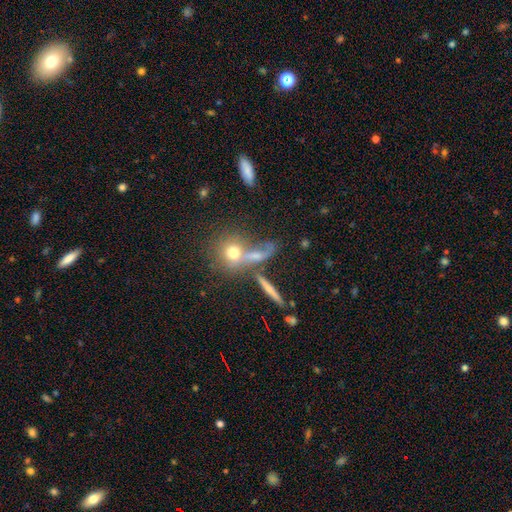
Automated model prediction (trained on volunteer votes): Smooth or featured? smooth (55%)
How rounded? round (53%)
Merging? none (39%)